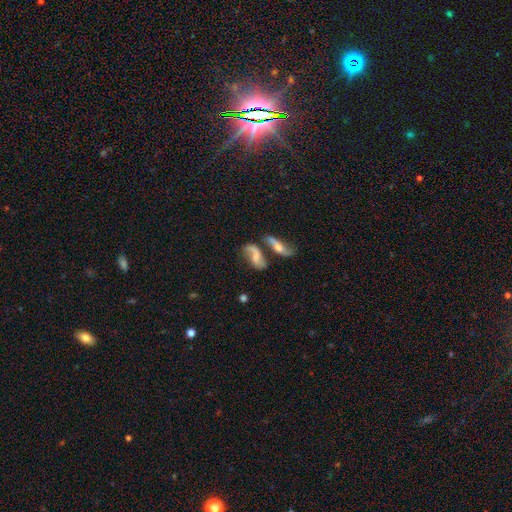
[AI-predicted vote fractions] Q: Smooth or featured?
A: featured or disk (58%); runner-up: smooth (32%)
Q: Edge-on disk?
A: no (89%); runner-up: yes (11%)
Q: Bar?
A: no (58%); runner-up: weak (32%)
Q: Spiral arms?
A: yes (79%); runner-up: no (21%)
Q: Bulge size?
A: moderate (31%); runner-up: small (30%)
Q: Merging?
A: merger (43%); runner-up: none (28%)